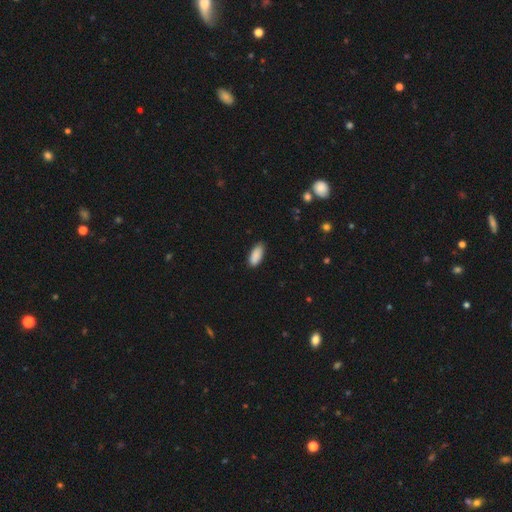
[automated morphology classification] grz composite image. It shows a smooth galaxy with no disk features (90%) that is in between round and cigar-shaped (85%). Merging: none (82%).